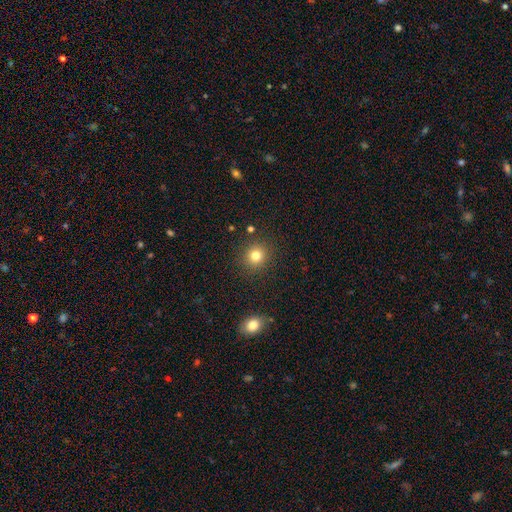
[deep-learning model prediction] Smooth or featured? smooth (80%)
How rounded? round (89%)
Merging? none (88%)